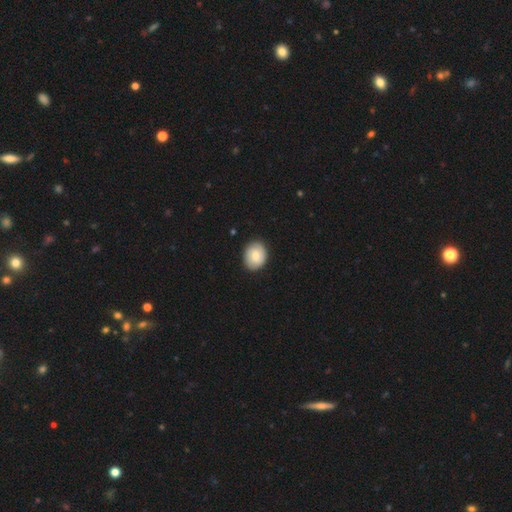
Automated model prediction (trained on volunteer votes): Smooth or featured?
  - smooth: 69% *
  - featured or disk: 25%
  - star or artifact: 6%
How rounded?
  - round: 53% *
  - in between: 46%
  - cigar-shaped: 1%
Merging?
  - none: 87% *
  - minor disturbance: 9%
  - major disturbance: 2%
  - merger: 1%